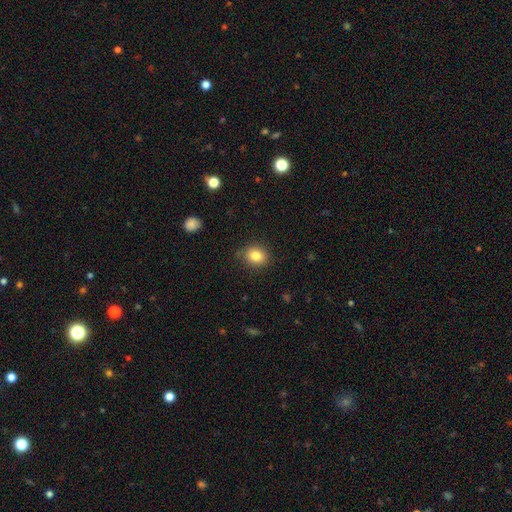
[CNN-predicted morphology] A smooth galaxy with no disk features (84%) that is round (57%).

Vote fractions:
- Smooth or featured? smooth: 84% / star or artifact: 10% / featured or disk: 6%
- How rounded? round: 57% / in between: 42% / cigar-shaped: 1%
- Merging? none: 86% / minor disturbance: 10% / major disturbance: 3% / merger: 1%